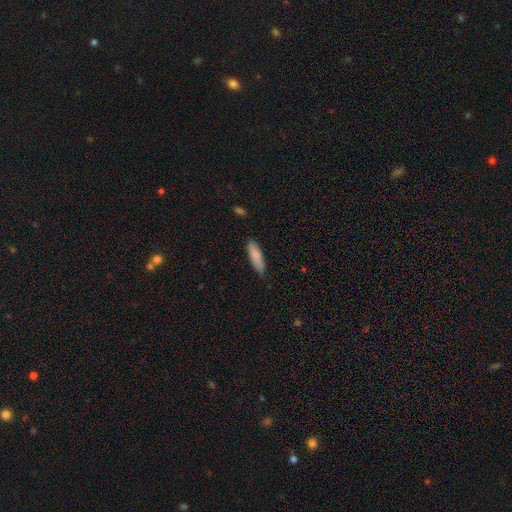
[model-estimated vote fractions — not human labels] This is clearly a smooth galaxy (86%). How rounded: possibly cigar-shaped (56%). Merging: clearly none (82%).